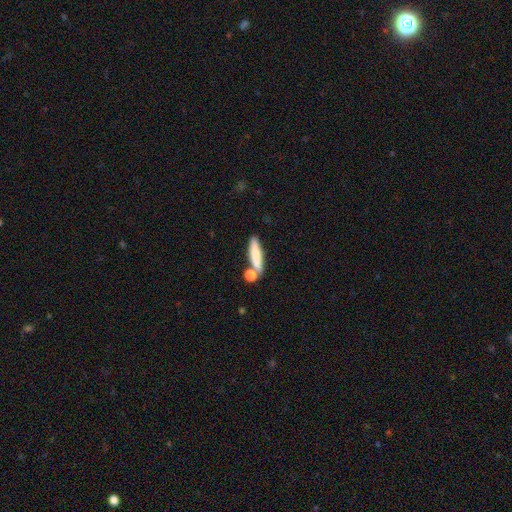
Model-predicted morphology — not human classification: A smooth galaxy with no disk features (75%) that is cigar-shaped (73%).

Vote fractions:
- Smooth or featured? smooth: 75% / featured or disk: 18% / star or artifact: 7%
- How rounded? cigar-shaped: 73% / in between: 22% / round: 4%
- Merging? none: 64% / merger: 19% / minor disturbance: 13% / major disturbance: 4%